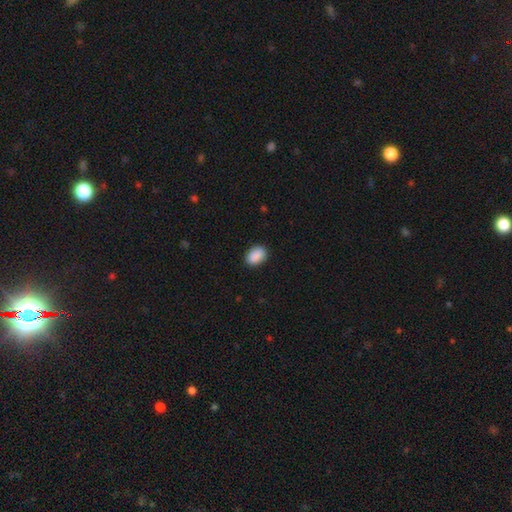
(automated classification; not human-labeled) A smooth galaxy with no disk features (90%) that is in between round and cigar-shaped (80%). Merging: none (88%).